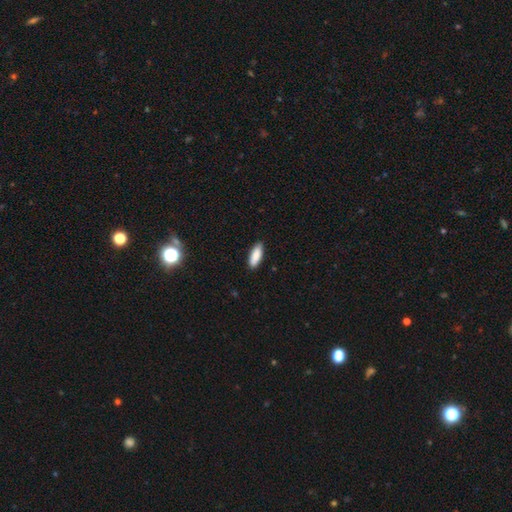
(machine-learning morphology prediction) A smooth galaxy with no disk features (88%) that is in between round and cigar-shaped (69%).

Vote fractions:
- Smooth or featured? smooth: 88% / star or artifact: 6% / featured or disk: 6%
- How rounded? in between: 69% / cigar-shaped: 29% / round: 2%
- Merging? none: 88% / minor disturbance: 10% / major disturbance: 2% / merger: 1%